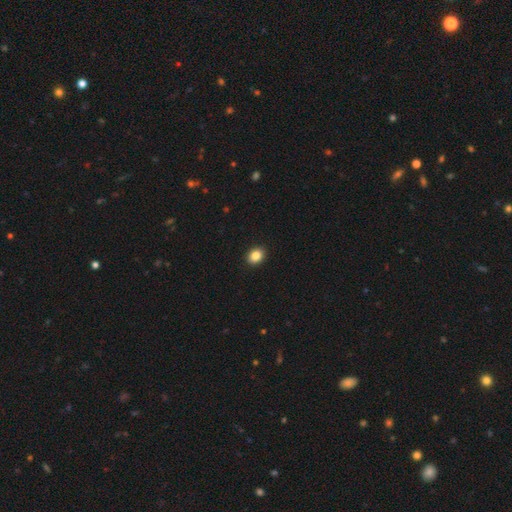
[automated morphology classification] smooth-or-featured: smooth: 86% | star or artifact: 9% | featured or disk: 5%
  how-rounded: in between: 54% | round: 45% | cigar-shaped: 1%
  merging: none: 92% | minor disturbance: 5% | major disturbance: 2% | merger: 1%